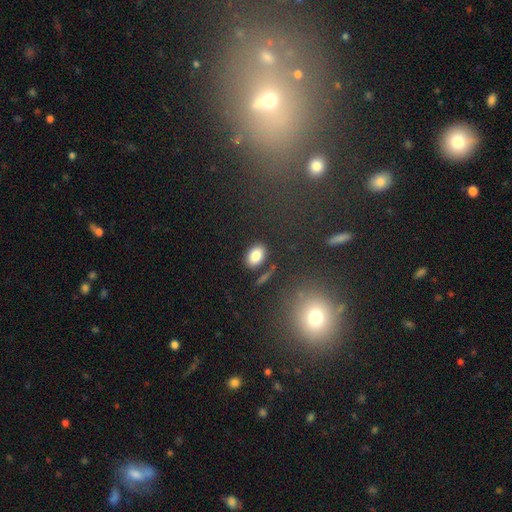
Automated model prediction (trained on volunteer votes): Smooth or featured? smooth (82%)
How rounded? in between (85%)
Merging? none (80%)